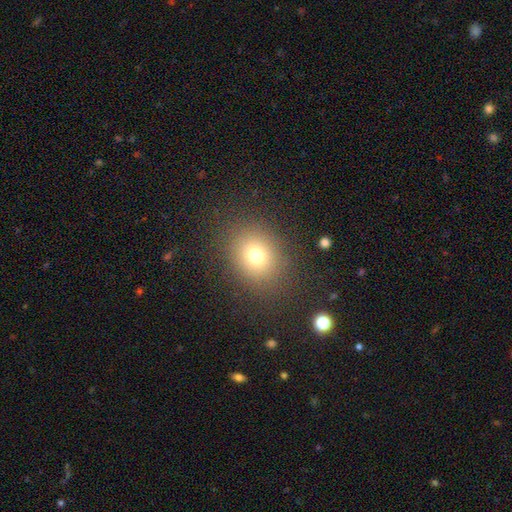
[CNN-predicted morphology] type=smooth (73%); roundness=round (66%); merging=none (85%).